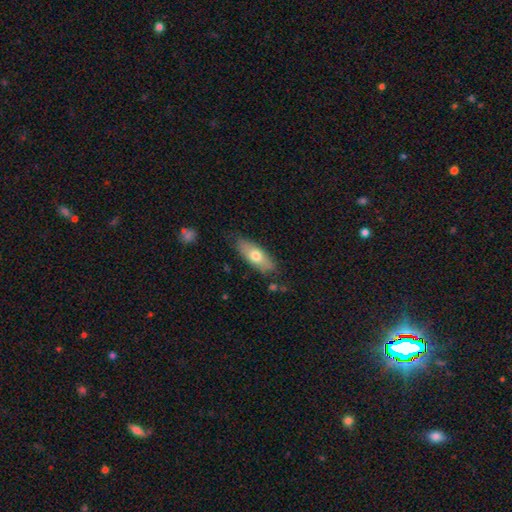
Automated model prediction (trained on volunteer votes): smooth 67%, featured or disk 27%, star or artifact 6%. Down the decision tree: how rounded — in between (73%); merging — none (78%).